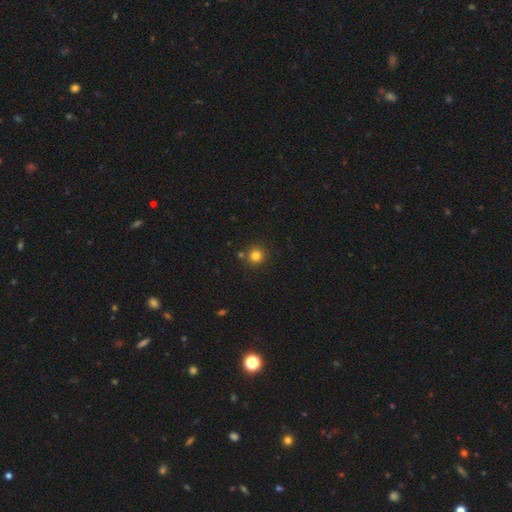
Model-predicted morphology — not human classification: type=smooth (82%); roundness=round (93%); merging=none (83%).